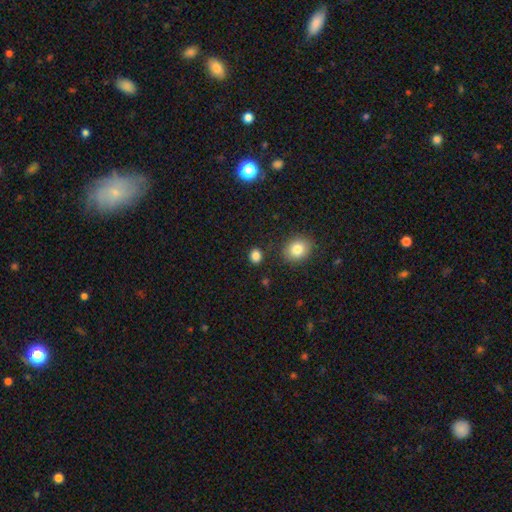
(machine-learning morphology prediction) smooth_or_featured: smooth (p=0.84) [alt: star or artifact p=0.12]
how_rounded: round (p=0.63) [alt: in between p=0.36]
merging: none (p=0.84) [alt: minor disturbance p=0.09]